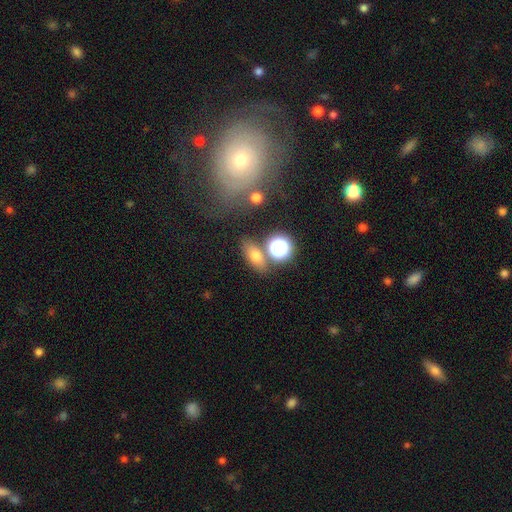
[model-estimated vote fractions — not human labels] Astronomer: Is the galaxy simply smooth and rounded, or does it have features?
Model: smooth — 70%.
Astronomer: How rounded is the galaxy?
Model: in between — 67%.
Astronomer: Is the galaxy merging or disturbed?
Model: none — 70%.